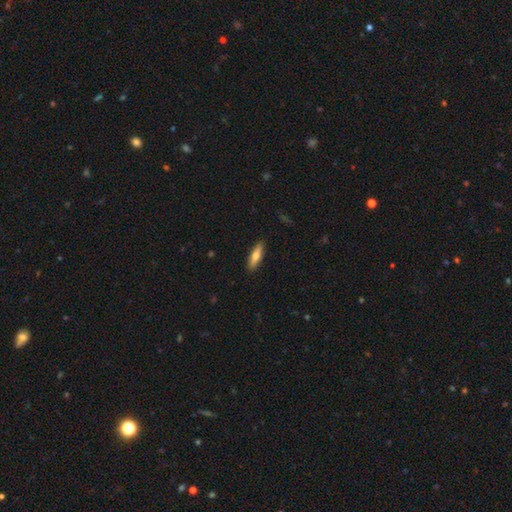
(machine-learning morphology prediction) Q: Smooth or featured?
A: smooth (63%); runner-up: featured or disk (31%)
Q: How rounded?
A: cigar-shaped (62%); runner-up: in between (36%)
Q: Merging?
A: none (90%); runner-up: minor disturbance (8%)